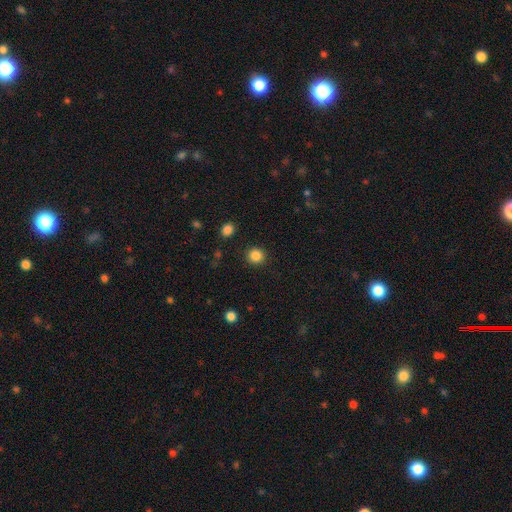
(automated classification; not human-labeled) Smooth or featured?
  - smooth: 86% *
  - star or artifact: 11%
  - featured or disk: 3%
How rounded?
  - round: 92% *
  - in between: 8%
  - cigar-shaped: 1%
Merging?
  - none: 91% *
  - minor disturbance: 6%
  - major disturbance: 2%
  - merger: 1%